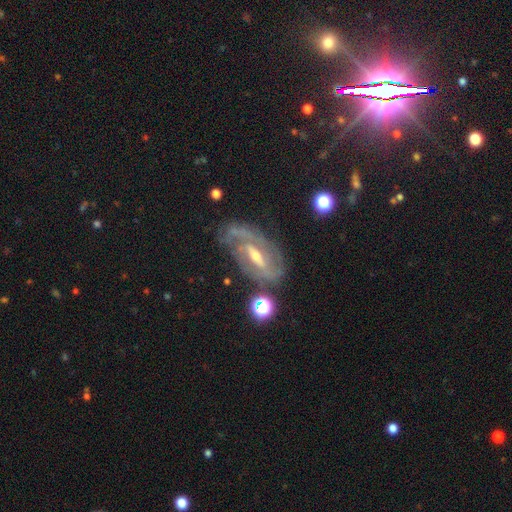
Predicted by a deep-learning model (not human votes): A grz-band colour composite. It shows a featured or disk galaxy (85%) with a weak bar (42%), 2 (53%) tight (45%) spiral arms (91%) and a moderate central bulge (48%). Merging: none (63%).